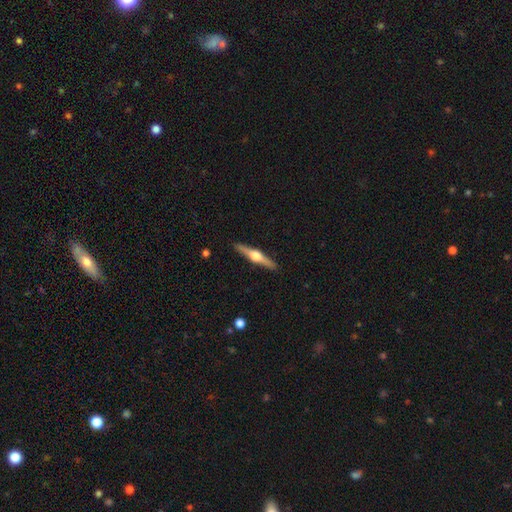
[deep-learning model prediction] This appears to be a featured or disk galaxy (78%) viewed edge-on (98%) with a rounded central bulge (95%). Merging: none (92%).